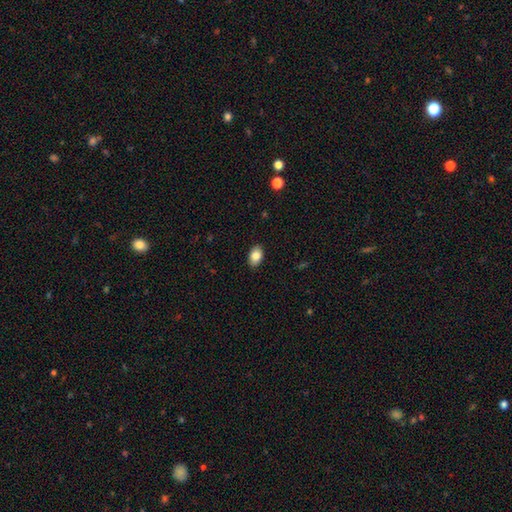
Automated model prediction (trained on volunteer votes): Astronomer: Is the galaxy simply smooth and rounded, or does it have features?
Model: smooth — 85%.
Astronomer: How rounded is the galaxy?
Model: in between — 87%.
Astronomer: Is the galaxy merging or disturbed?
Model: none — 88%.